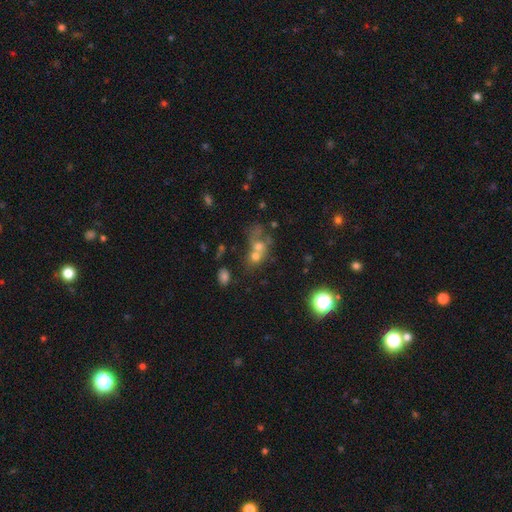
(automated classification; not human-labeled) Morphology: type=smooth (42%); merging=merger (46%).